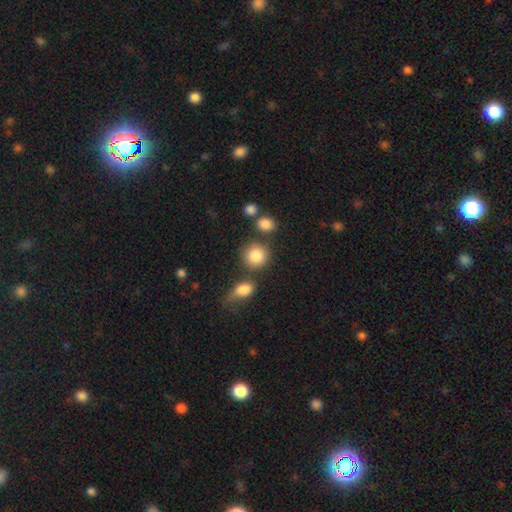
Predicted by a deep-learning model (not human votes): Smooth or featured? smooth (85%)
How rounded? round (85%)
Merging? none (67%)